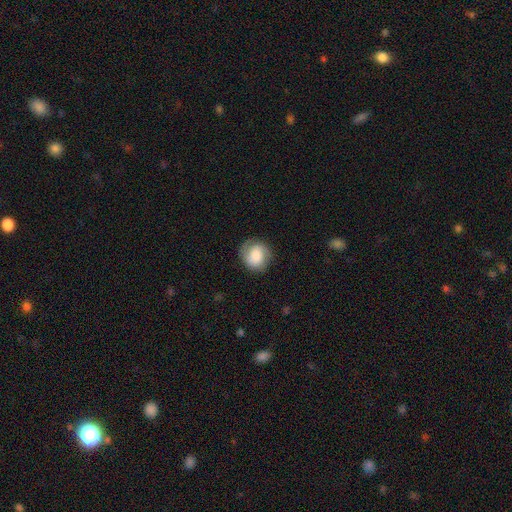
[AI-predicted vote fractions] smooth_or_featured: smooth (p=0.52) [alt: featured or disk p=0.40]
how_rounded: round (p=0.83) [alt: in between p=0.16]
merging: none (p=0.78) [alt: minor disturbance p=0.14]